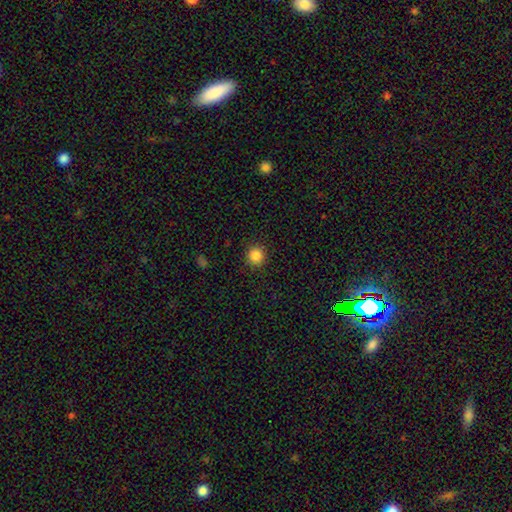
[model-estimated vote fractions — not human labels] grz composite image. It shows a smooth galaxy with no disk features (86%) that is round (94%). Merging: none (91%).